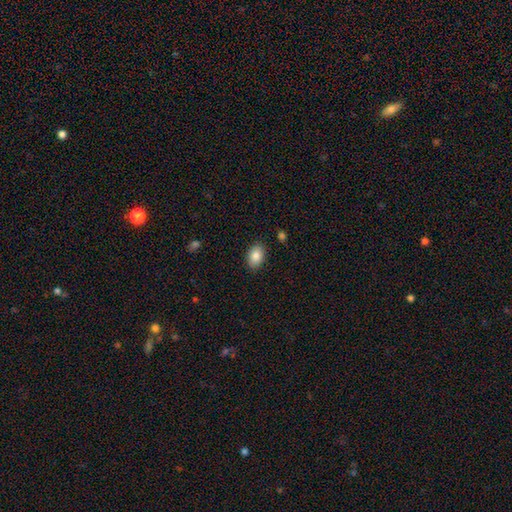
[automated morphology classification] type=smooth (86%); roundness=in between (88%); merging=none (88%).